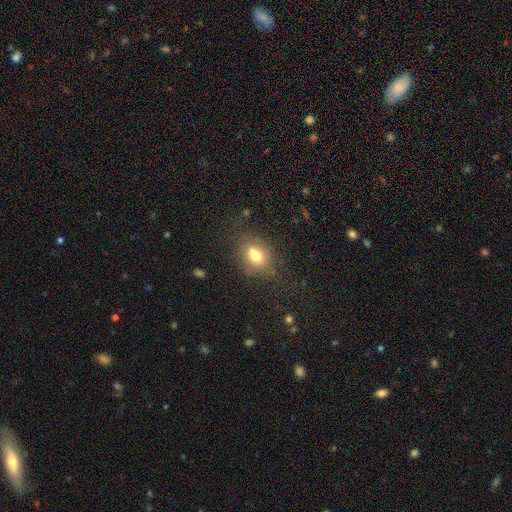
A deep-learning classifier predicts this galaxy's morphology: A smooth galaxy with no disk features (69%) that is round (52%). Merging: none (51%).